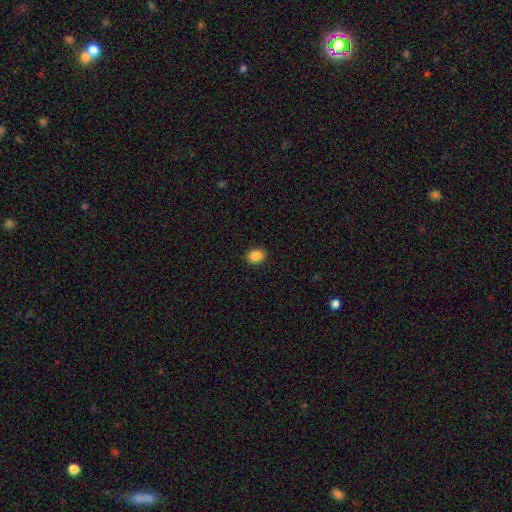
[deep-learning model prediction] Smooth or featured? smooth (87%)
How rounded? in between (50%)
Merging? none (90%)